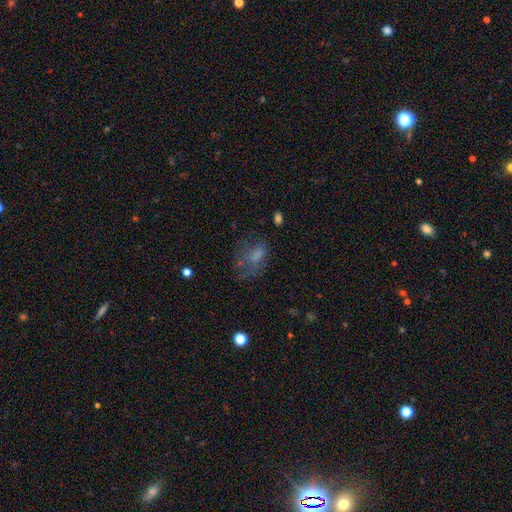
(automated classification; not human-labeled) Smooth or featured?
  - smooth: 59% *
  - featured or disk: 26%
  - star or artifact: 15%
How rounded?
  - in between: 81% *
  - round: 16%
  - cigar-shaped: 4%
Merging?
  - major disturbance: 37% *
  - none: 36%
  - minor disturbance: 23%
  - merger: 4%